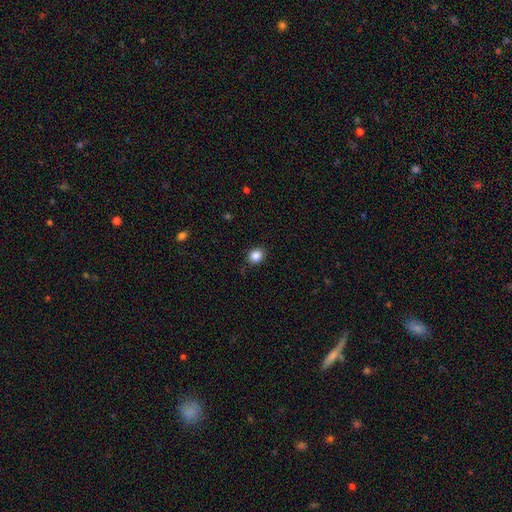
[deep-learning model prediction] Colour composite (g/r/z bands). It shows a smooth galaxy with no disk features (86%) that is round (71%). Merging: none (87%).